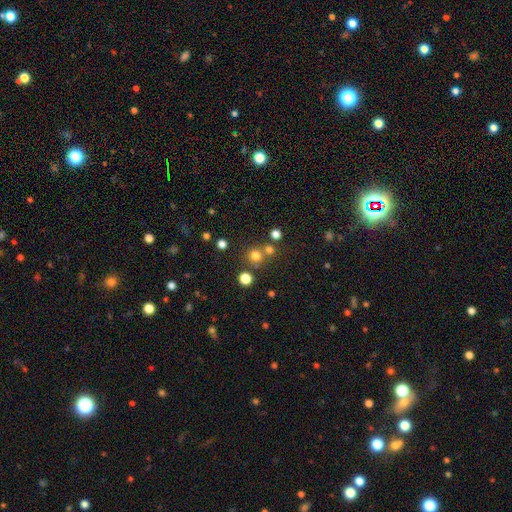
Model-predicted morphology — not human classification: smooth 73%, star or artifact 20%, featured or disk 7%. Down the decision tree: how rounded — round (92%); merging — none (67%).